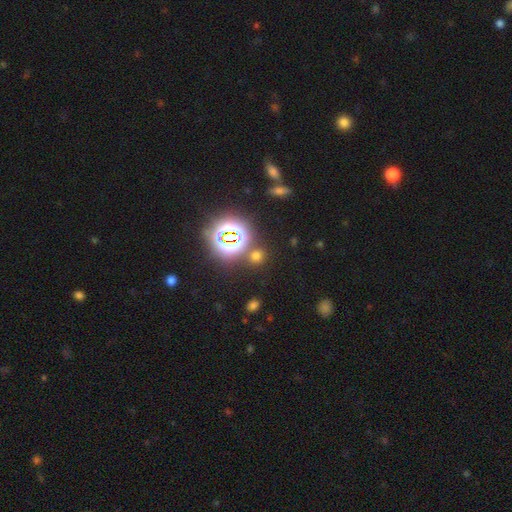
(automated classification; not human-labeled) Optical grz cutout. It shows a smooth galaxy with no disk features (52%) that is round (81%). Merging: none (80%).